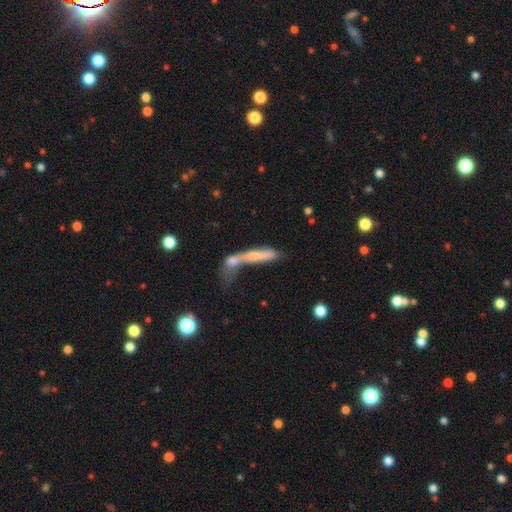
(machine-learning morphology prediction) This is possibly a smooth galaxy (54%). How rounded: likely cigar-shaped (80%). Merging: possibly merger (54%).